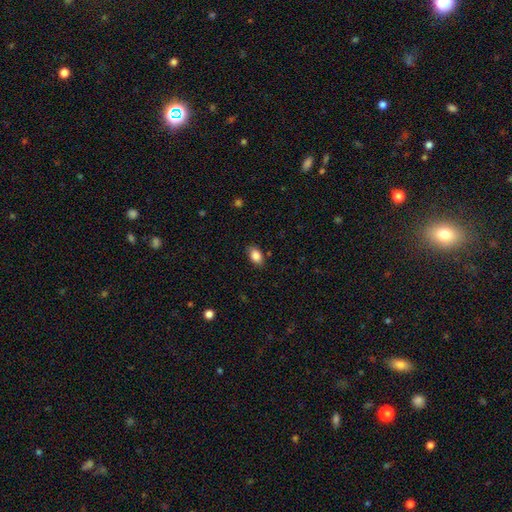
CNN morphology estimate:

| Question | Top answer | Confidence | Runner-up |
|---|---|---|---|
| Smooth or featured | smooth | 87% | star or artifact (8%) |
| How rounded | in between | 87% | round (11%) |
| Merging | none | 83% | minor disturbance (13%) |